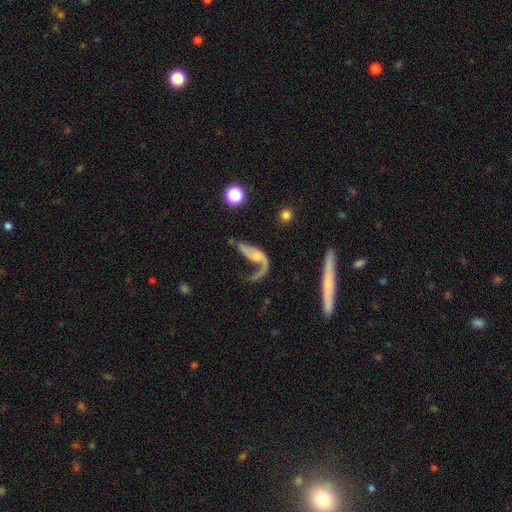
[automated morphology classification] Smooth or featured: featured or disk — 73% (smooth — 19%)
Edge-on disk: no — 92% (yes — 8%)
Bar: no — 66% (weak — 25%)
Spiral arms: yes — 83% (no — 17%)
Spiral winding: loose — 84% (medium — 12%)
Spiral arm count: 1 — 53% (2 — 42%)
Bulge size: none — 41% (small — 34%)
Merging: major disturbance — 48% (none — 26%)